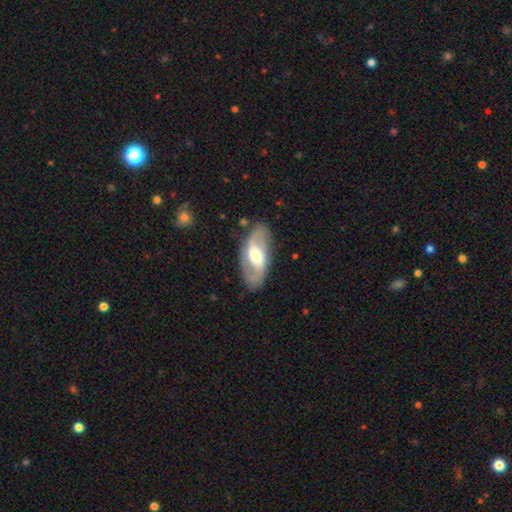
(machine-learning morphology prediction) A featured or disk galaxy (77%) with a weak bar (42%), 2 (89%) medium (42%) spiral arms (86%) and a moderate central bulge (64%). Merging: none (82%).